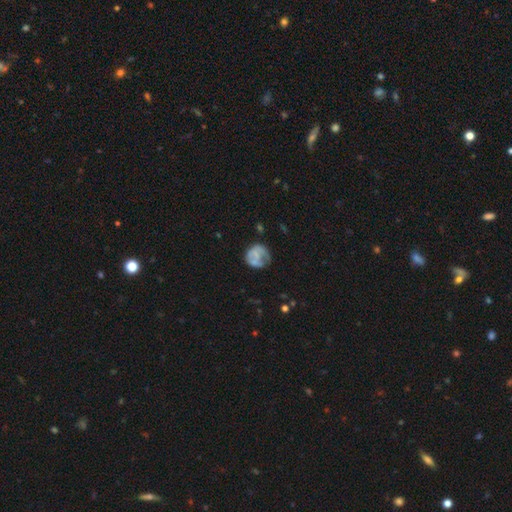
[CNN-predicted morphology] Q: Smooth or featured?
A: smooth (53%); runner-up: featured or disk (38%)
Q: How rounded?
A: round (81%); runner-up: in between (18%)
Q: Merging?
A: none (47%); runner-up: minor disturbance (28%)